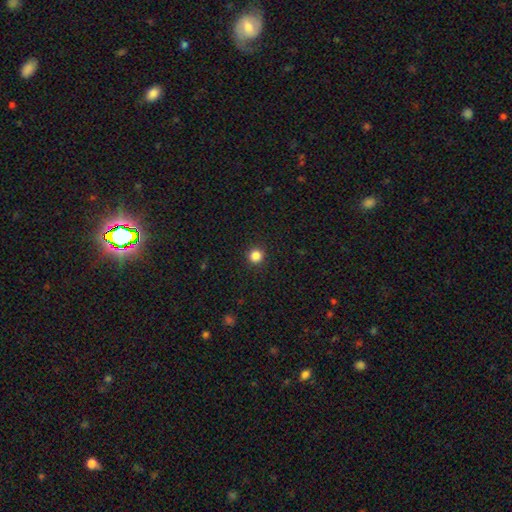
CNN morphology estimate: type=smooth (85%); roundness=round (94%); merging=none (92%).